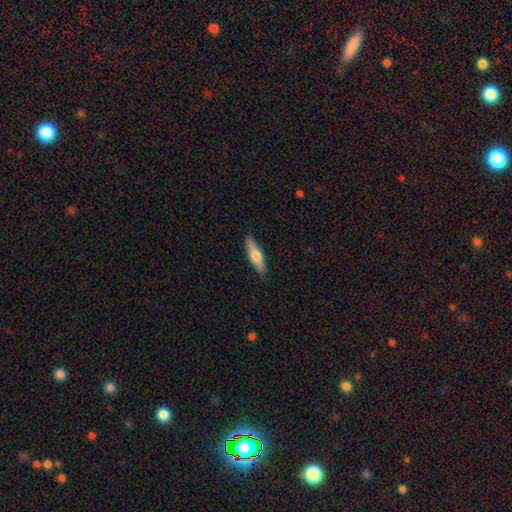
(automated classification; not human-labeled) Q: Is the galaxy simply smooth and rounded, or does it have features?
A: smooth — 57%.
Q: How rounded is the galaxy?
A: cigar-shaped — 65%.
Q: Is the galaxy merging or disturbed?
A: none — 88%.